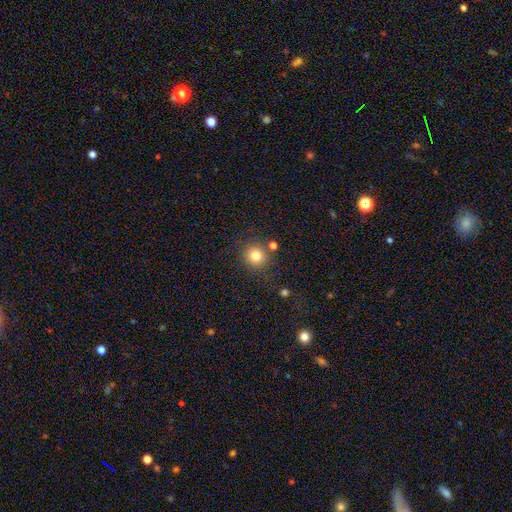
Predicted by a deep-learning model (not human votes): Smooth or featured: smooth — 80% (star or artifact — 13%)
How rounded: round — 92% (in between — 7%)
Merging: none — 81% (minor disturbance — 9%)